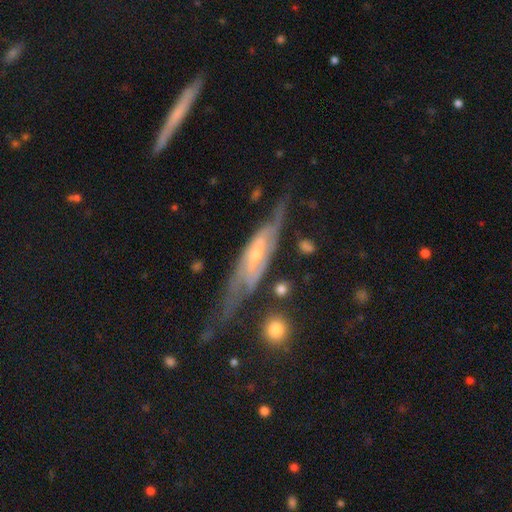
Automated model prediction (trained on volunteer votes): Smooth or featured? Predicted: featured or disk (p=0.83). Edge-on disk? Predicted: no (p=0.63). Bar? Predicted: no (p=0.41). Spiral arms? Predicted: yes (p=0.87). Bulge size? Predicted: small (p=0.63). Merging? Predicted: none (p=0.56).